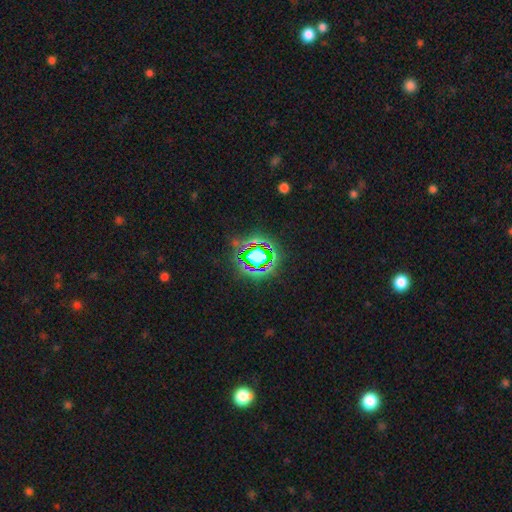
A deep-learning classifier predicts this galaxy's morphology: A star or artifact, not a galaxy (63%).